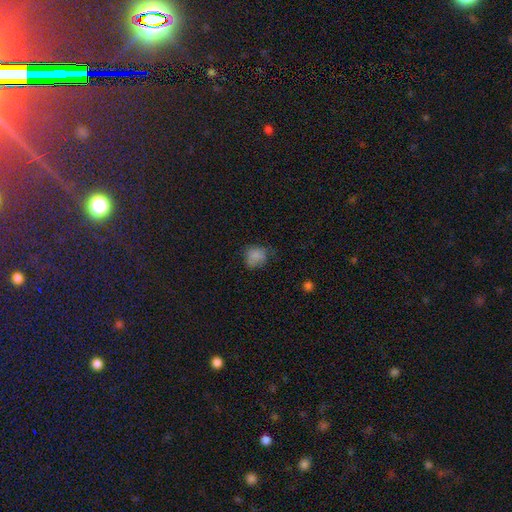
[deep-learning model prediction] The model was most divided on "merging": none: 58%, minor disturbance: 31%, major disturbance: 10%, merger: 2%. More confident: smooth or featured — smooth (80%); how rounded — round (69%).